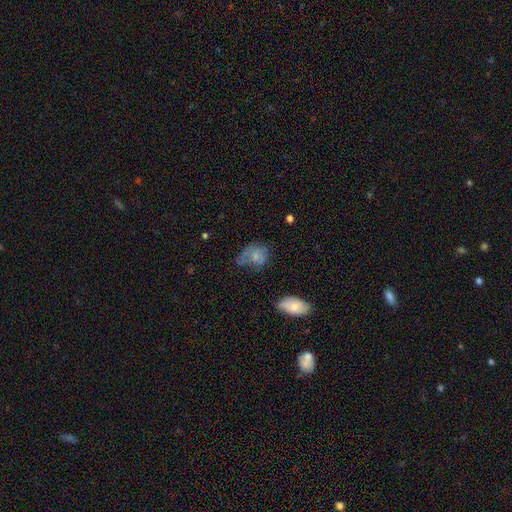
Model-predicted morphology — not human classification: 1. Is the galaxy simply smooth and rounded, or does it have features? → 64% smooth, 25% featured or disk, 11% star or artifact.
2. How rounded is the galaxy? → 63% in between, 36% round, 2% cigar-shaped.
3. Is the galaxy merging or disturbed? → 32% major disturbance (tied), 32% none (tied), 30% minor disturbance, 6% merger.